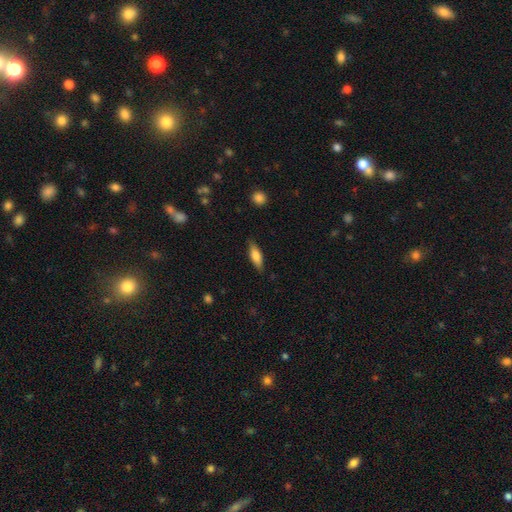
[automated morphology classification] type=smooth (72%); roundness=in between (51%); merging=none (83%).